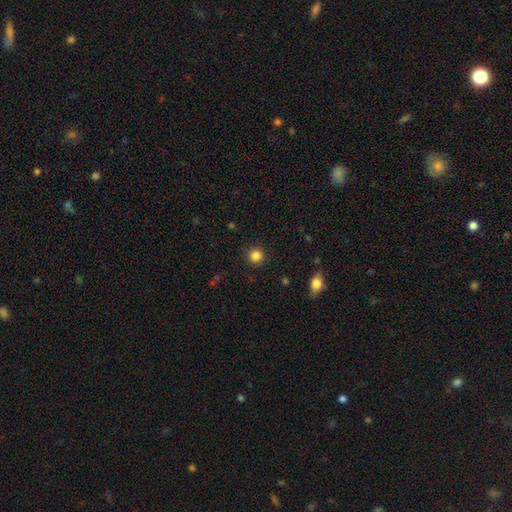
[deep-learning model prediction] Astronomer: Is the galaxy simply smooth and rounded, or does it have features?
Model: smooth — 85%.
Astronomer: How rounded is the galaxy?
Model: round — 94%.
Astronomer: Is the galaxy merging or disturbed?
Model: none — 91%.